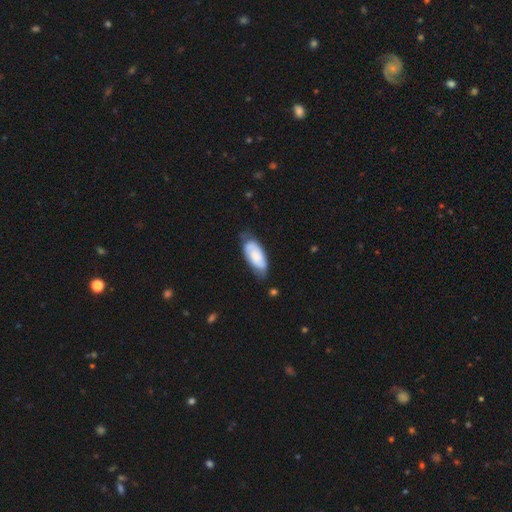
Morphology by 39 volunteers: smooth 51%, featured or disk 46%, star or artifact 3%. Down the decision tree: how rounded — in between (85%); merging — none (66%).